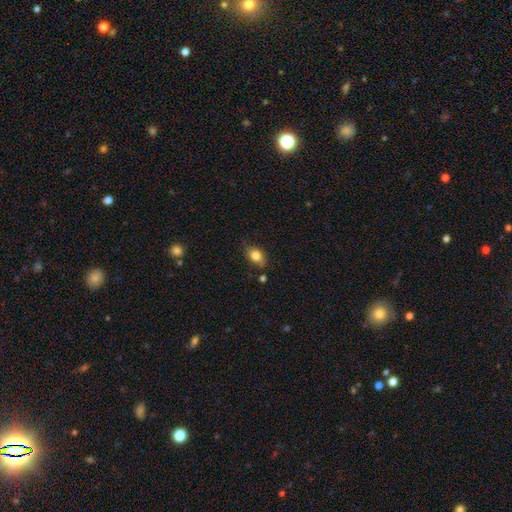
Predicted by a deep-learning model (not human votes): The model was most divided on "how rounded": in between: 78%, round: 20%, cigar-shaped: 2%. More confident: smooth or featured — smooth (81%); merging — none (76%).